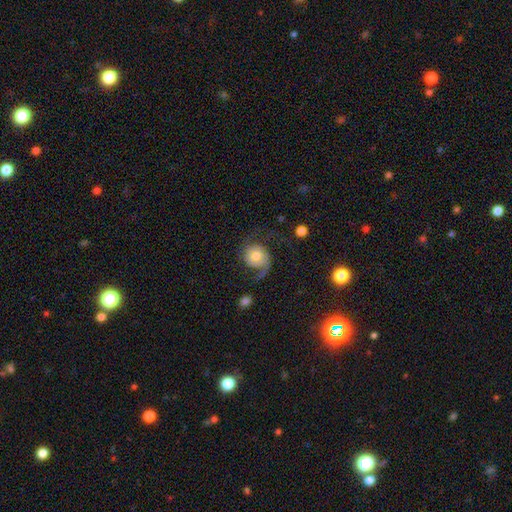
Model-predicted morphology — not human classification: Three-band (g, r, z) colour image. It shows a featured or disk galaxy (58%) with no bar (77%), spiral arms (88%) and a moderate central bulge (61%). Merging: none (46%).